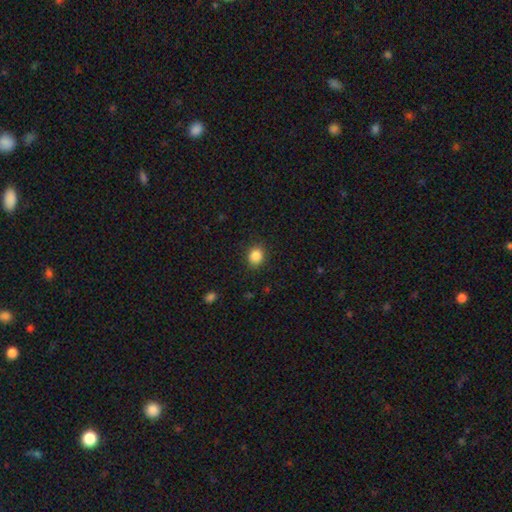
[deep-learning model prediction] Smooth or featured: smooth — 86% (star or artifact — 10%)
How rounded: round — 70% (in between — 29%)
Merging: none — 87% (minor disturbance — 9%)